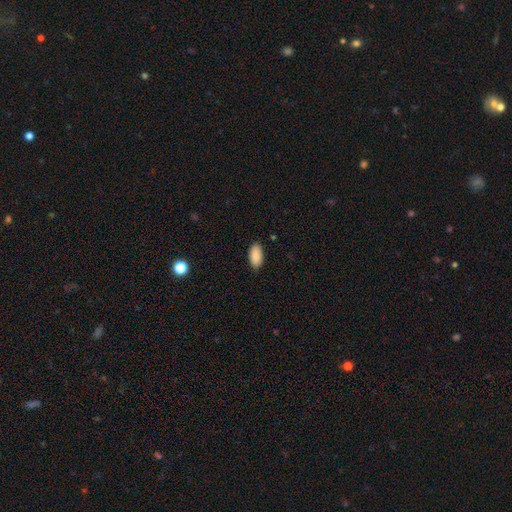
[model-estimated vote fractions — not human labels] This appears to be a smooth galaxy with no disk features (90%) that is in between round and cigar-shaped (94%). Merging: none (87%).